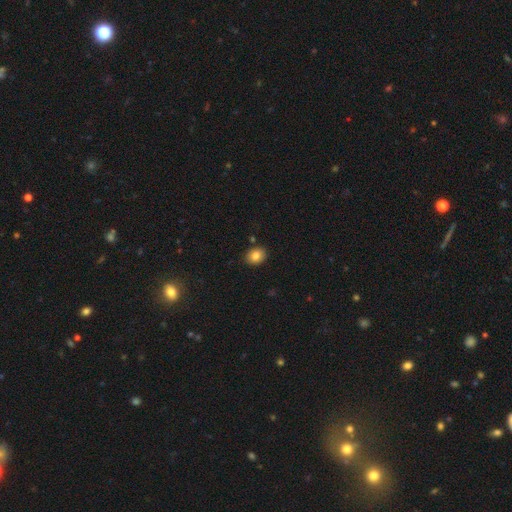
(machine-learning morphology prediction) A smooth galaxy with no disk features (83%) that is in between round and cigar-shaped (54%). Merging: none (87%).